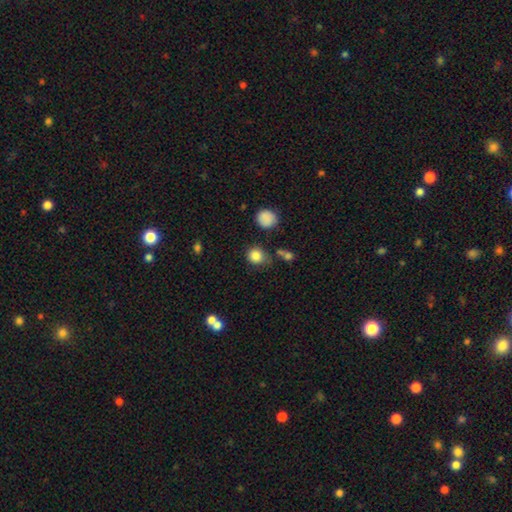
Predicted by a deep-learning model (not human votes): Smooth or featured? Predicted: smooth (p=0.84). How rounded? Predicted: round (p=0.78). Merging? Predicted: none (p=0.70).